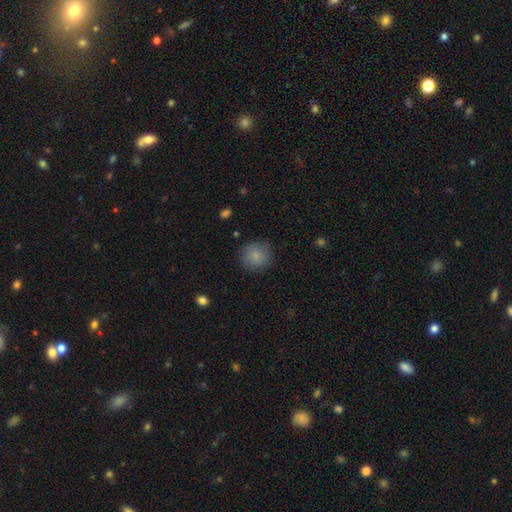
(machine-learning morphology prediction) Overall: smooth (86%). How rounded: round (92%). Merging: none (86%).